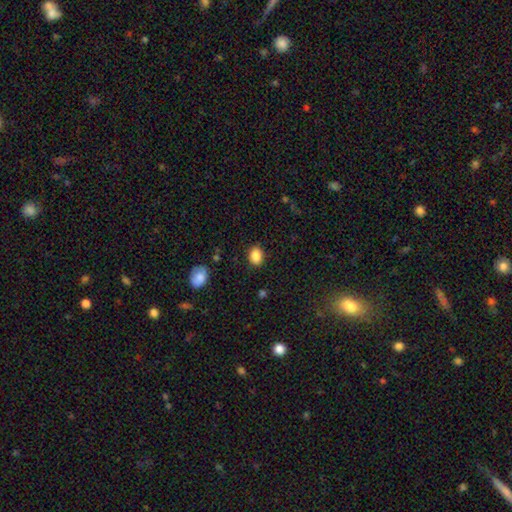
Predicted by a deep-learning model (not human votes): This appears to be a smooth galaxy with no disk features (87%) that is in between round and cigar-shaped (61%). Merging: none (87%).